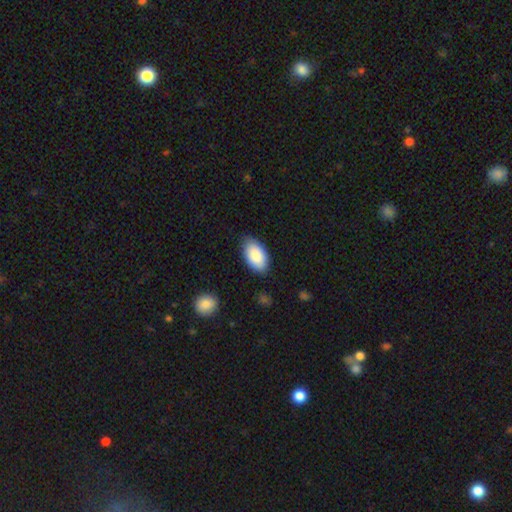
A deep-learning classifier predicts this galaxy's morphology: Smooth or featured? Predicted: smooth (p=0.88). How rounded? Predicted: in between (p=0.95). Merging? Predicted: none (p=0.81).